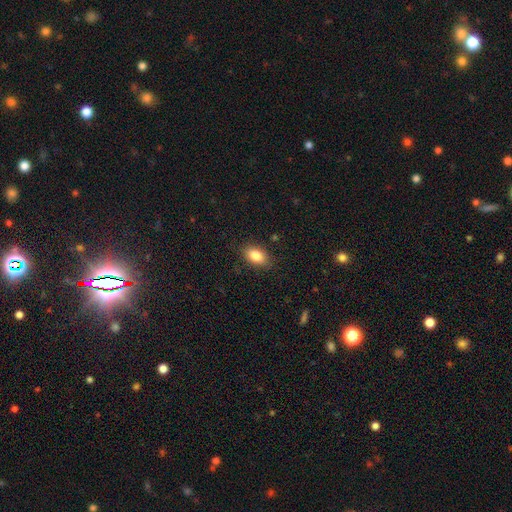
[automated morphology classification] Smooth or featured?
  - smooth: 86% *
  - star or artifact: 8%
  - featured or disk: 7%
How rounded?
  - in between: 90% *
  - round: 8%
  - cigar-shaped: 2%
Merging?
  - none: 86% *
  - minor disturbance: 10%
  - major disturbance: 3%
  - merger: 1%